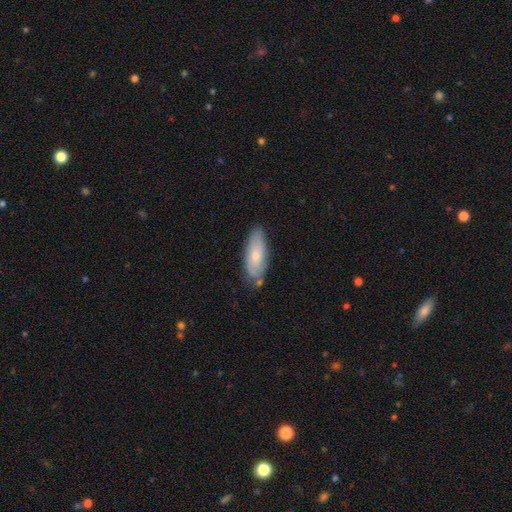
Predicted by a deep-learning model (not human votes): Q: Smooth or featured?
A: smooth (63%); runner-up: featured or disk (31%)
Q: How rounded?
A: in between (75%); runner-up: cigar-shaped (23%)
Q: Merging?
A: none (70%); runner-up: minor disturbance (22%)